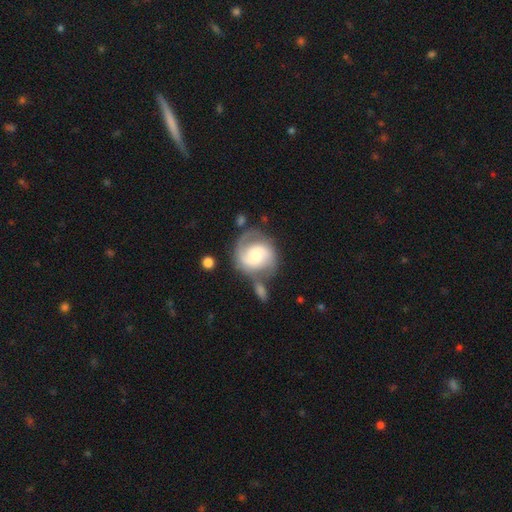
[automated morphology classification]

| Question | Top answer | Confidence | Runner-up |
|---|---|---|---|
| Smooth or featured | featured or disk | 77% | smooth (18%) |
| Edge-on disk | no | 98% | yes (2%) |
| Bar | no | 54% | weak (37%) |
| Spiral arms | yes | 94% | no (6%) |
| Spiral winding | medium | 48% | tight (33%) |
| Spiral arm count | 2 | 81% | can't tell (7%) |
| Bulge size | moderate | 48% | small (37%) |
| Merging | none | 55% | minor disturbance (18%) |